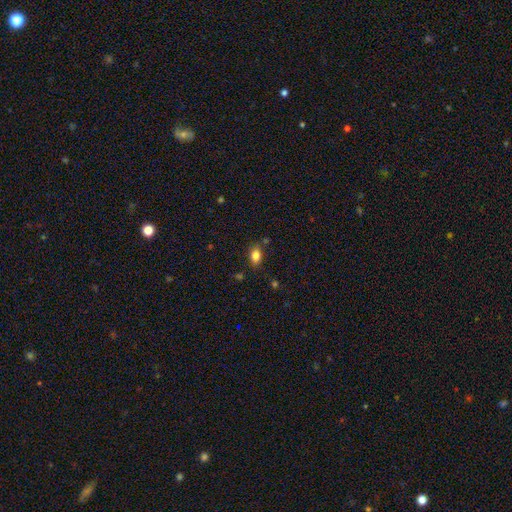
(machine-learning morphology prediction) Q: Smooth or featured?
A: smooth (83%); runner-up: star or artifact (10%)
Q: How rounded?
A: in between (81%); runner-up: round (17%)
Q: Merging?
A: none (78%); runner-up: minor disturbance (15%)